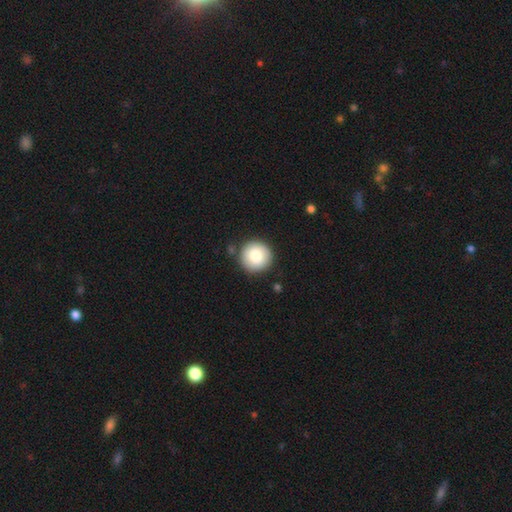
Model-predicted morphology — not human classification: This is clearly a smooth galaxy (82%). How rounded: clearly round (95%). Merging: clearly none (88%).